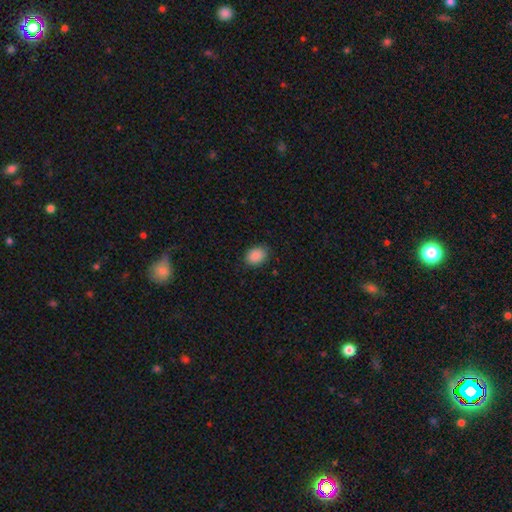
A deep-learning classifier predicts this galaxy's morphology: This is clearly a smooth galaxy (89%). How rounded: likely in between (68%). Merging: clearly none (86%).